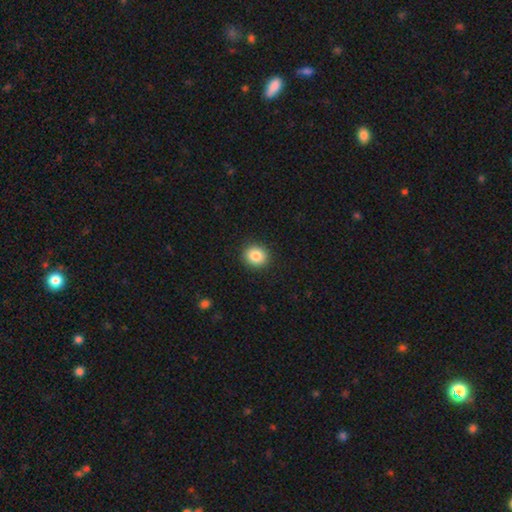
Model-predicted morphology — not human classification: smooth-or-featured: smooth: 85% | star or artifact: 9% | featured or disk: 6%
  how-rounded: round: 81% | in between: 18% | cigar-shaped: 1%
  merging: none: 91% | minor disturbance: 6% | major disturbance: 2% | merger: 1%